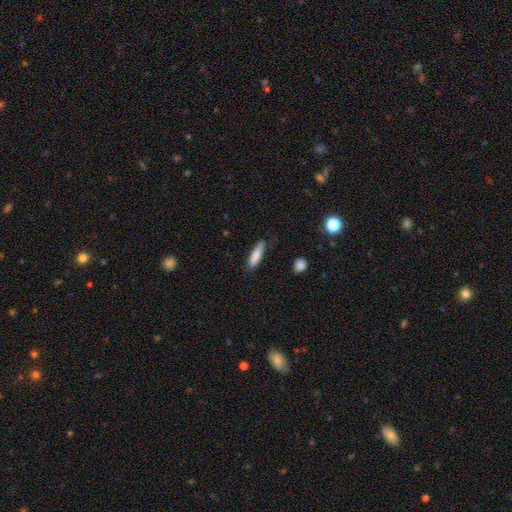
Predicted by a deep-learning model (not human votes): Smooth or featured? smooth (81%)
How rounded? cigar-shaped (73%)
Merging? none (76%)